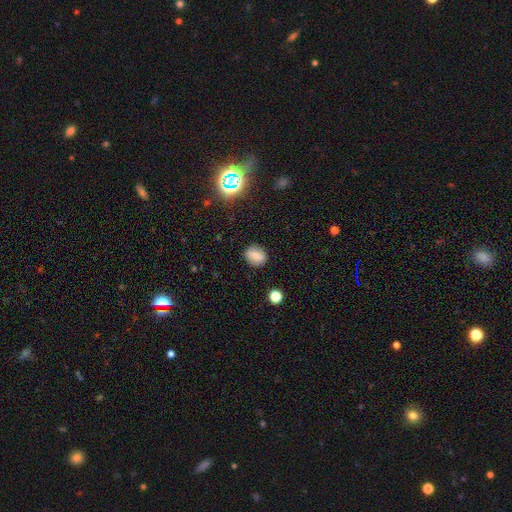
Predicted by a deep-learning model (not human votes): A smooth galaxy with no disk features (75%) that is round (52%).

Vote fractions:
- Smooth or featured? smooth: 75% / star or artifact: 13% / featured or disk: 12%
- How rounded? round: 52% / in between: 47% / cigar-shaped: 2%
- Merging? none: 84% / minor disturbance: 11% / major disturbance: 3% / merger: 1%